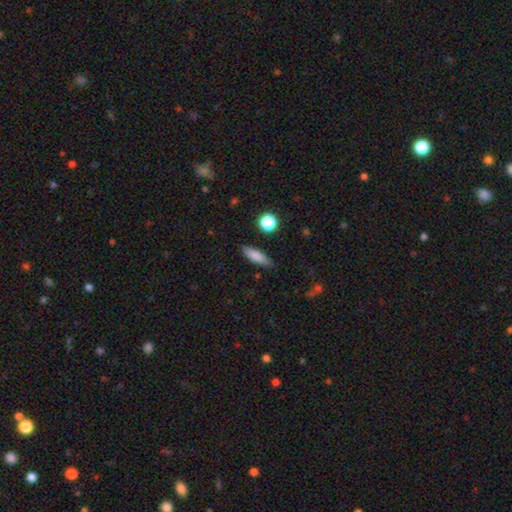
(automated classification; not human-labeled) Overall: smooth (81%). How rounded: cigar-shaped (49%; in between 47%). Merging: none (83%).